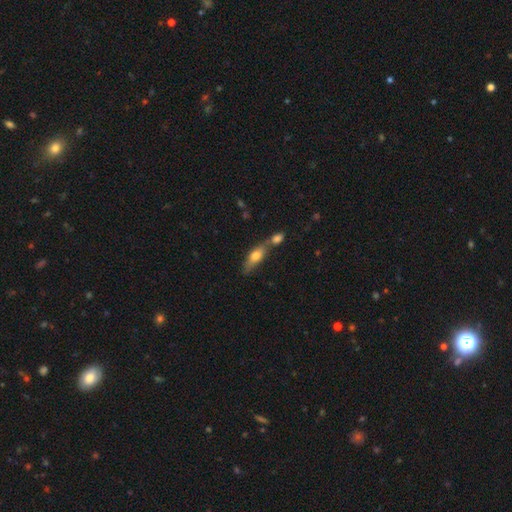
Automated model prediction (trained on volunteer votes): Q: Smooth or featured?
A: smooth (60%); runner-up: featured or disk (33%)
Q: How rounded?
A: in between (51%); runner-up: cigar-shaped (46%)
Q: Merging?
A: none (42%); runner-up: merger (41%)